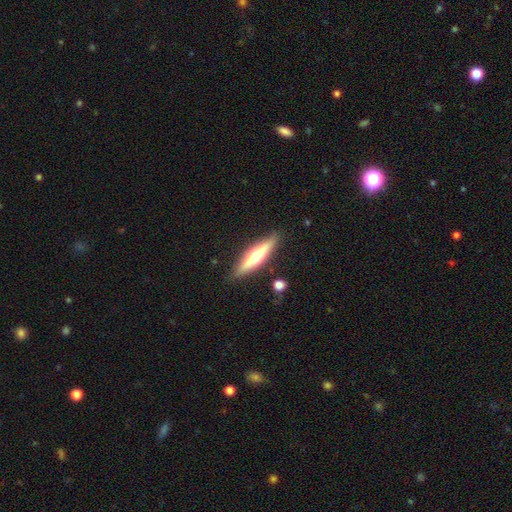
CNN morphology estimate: This appears to be a featured or disk galaxy (54%) viewed edge-on (93%) with a rounded central bulge (87%). Merging: none (85%).